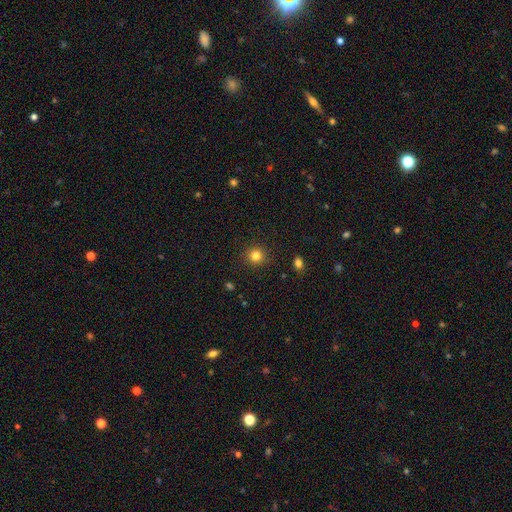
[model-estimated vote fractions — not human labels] smooth_or_featured: smooth (p=0.82) [alt: star or artifact p=0.13]
how_rounded: round (p=0.92) [alt: in between p=0.07]
merging: none (p=0.90) [alt: minor disturbance p=0.06]